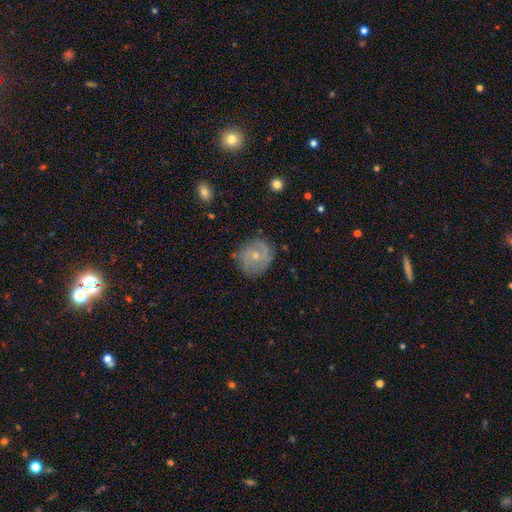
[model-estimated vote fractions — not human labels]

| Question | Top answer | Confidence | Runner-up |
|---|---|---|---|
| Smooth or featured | featured or disk | 58% | smooth (34%) |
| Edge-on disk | no | 97% | yes (3%) |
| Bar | no | 72% | weak (24%) |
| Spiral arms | yes | 78% | no (22%) |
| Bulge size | small | 62% | moderate (34%) |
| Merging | none | 71% | minor disturbance (21%) |